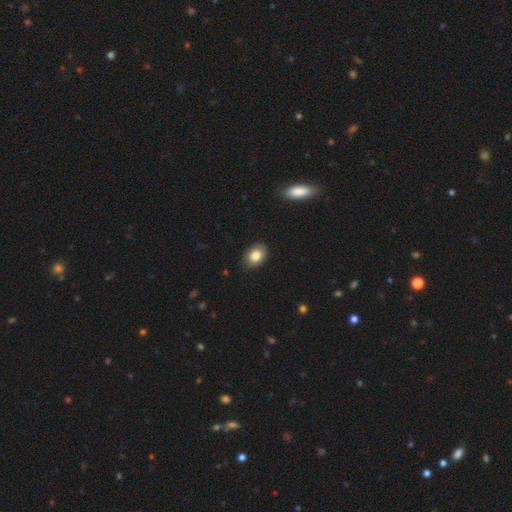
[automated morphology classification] smooth-or-featured: smooth: 85% | star or artifact: 7% | featured or disk: 7%
  how-rounded: in between: 78% | round: 21% | cigar-shaped: 1%
  merging: none: 85% | minor disturbance: 12% | major disturbance: 2% | merger: 1%